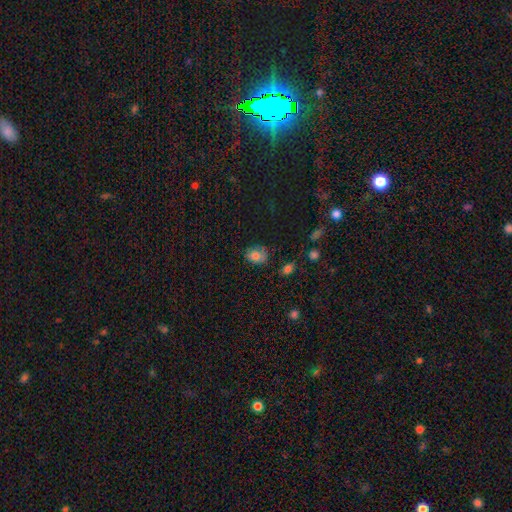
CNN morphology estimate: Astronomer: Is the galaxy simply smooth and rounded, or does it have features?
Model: smooth — 76%.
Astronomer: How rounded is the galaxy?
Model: in between — 61% (runner-up: round, 38%).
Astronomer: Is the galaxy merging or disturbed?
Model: none — 68%.